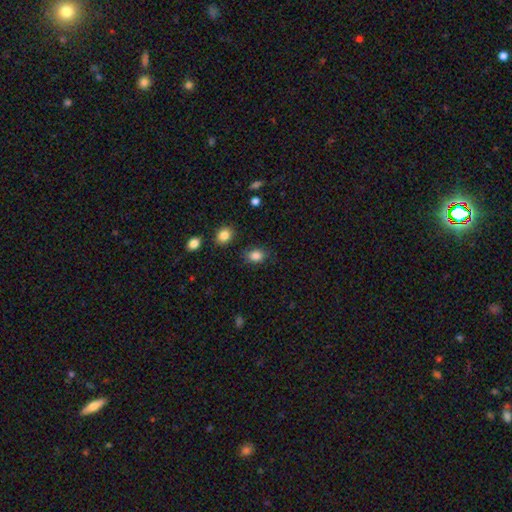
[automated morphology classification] Overall: smooth (85%). How rounded: in between (58%; round 41%). Merging: none (81%).